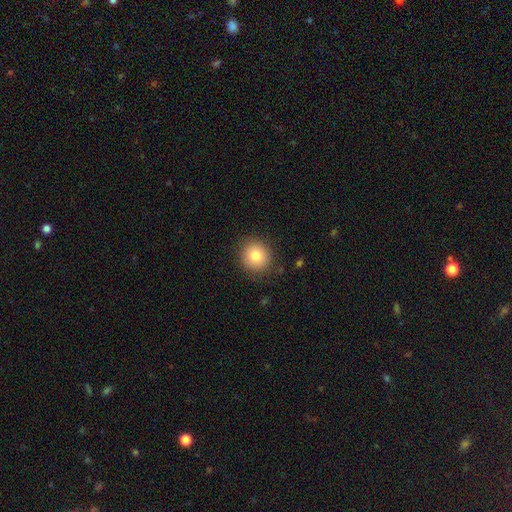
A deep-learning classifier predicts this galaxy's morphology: type=smooth (80%); roundness=round (90%); merging=none (88%).